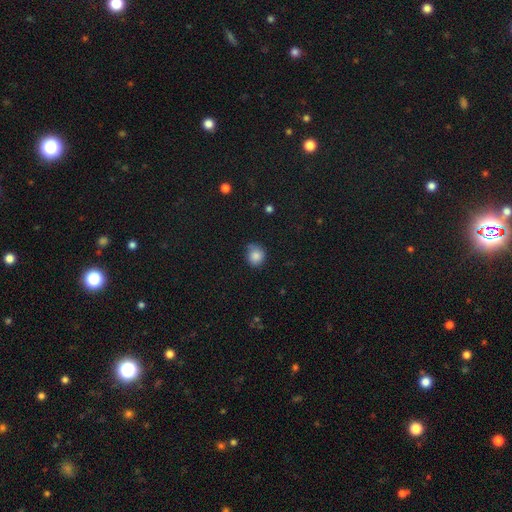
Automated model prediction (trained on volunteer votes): A smooth galaxy with no disk features (84%) that is round (77%). Merging: none (65%).